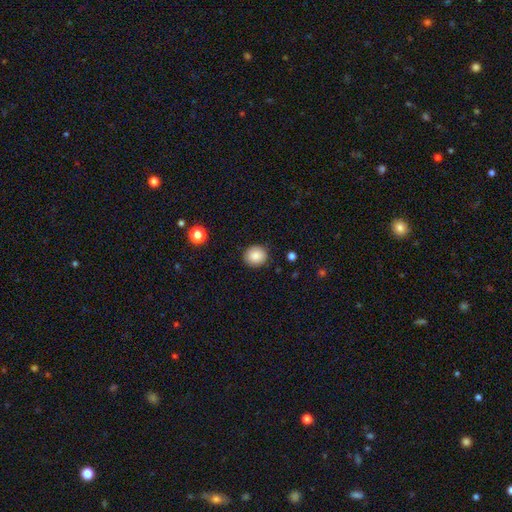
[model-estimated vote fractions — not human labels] Smooth or featured? Predicted: smooth (p=0.87). How rounded? Predicted: round (p=0.84). Merging? Predicted: none (p=0.89).